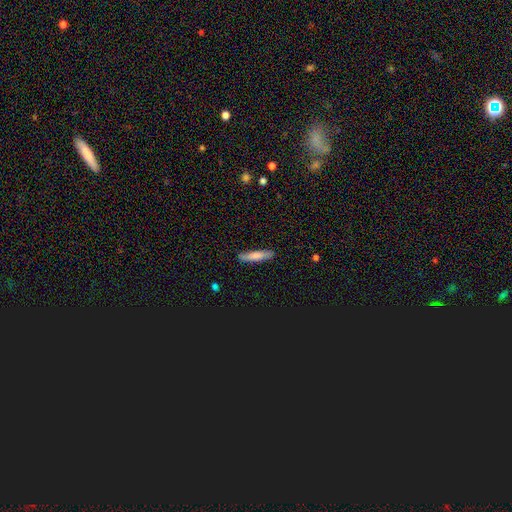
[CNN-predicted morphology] Smooth or featured?
  - smooth: 72% *
  - featured or disk: 21%
  - star or artifact: 6%
How rounded?
  - cigar-shaped: 85% *
  - in between: 14%
  - round: 2%
Merging?
  - none: 87% *
  - minor disturbance: 10%
  - major disturbance: 2%
  - merger: 1%